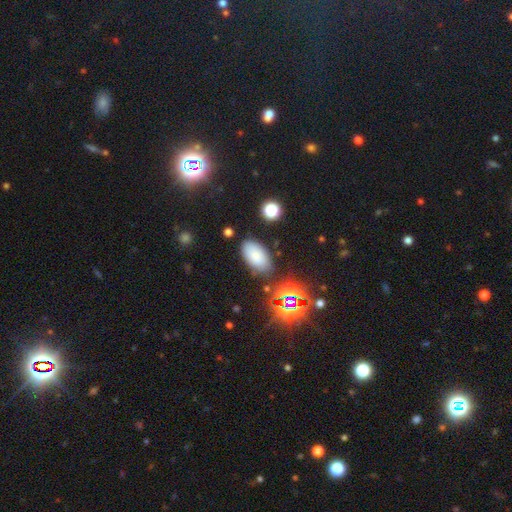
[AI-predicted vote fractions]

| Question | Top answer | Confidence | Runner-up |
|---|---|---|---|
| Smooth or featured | smooth | 76% | star or artifact (15%) |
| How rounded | in between | 94% | round (4%) |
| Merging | none | 80% | minor disturbance (13%) |